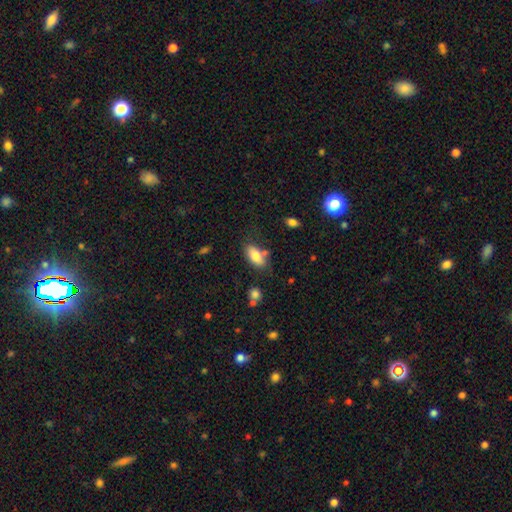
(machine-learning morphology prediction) type=smooth (80%); roundness=in between (89%); merging=none (67%).